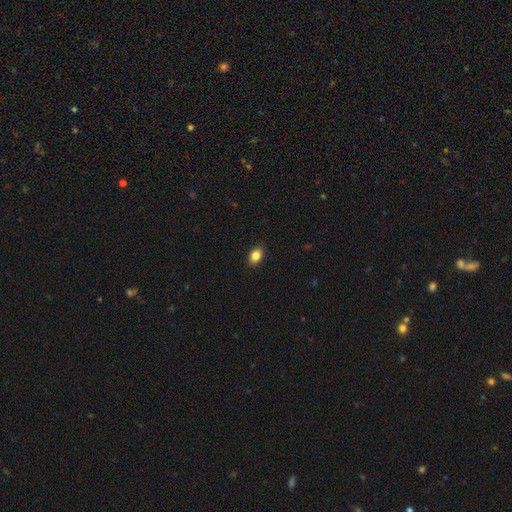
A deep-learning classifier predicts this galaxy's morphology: Q: Smooth or featured?
A: smooth (84%); runner-up: star or artifact (9%)
Q: How rounded?
A: in between (80%); runner-up: round (19%)
Q: Merging?
A: none (89%); runner-up: minor disturbance (8%)